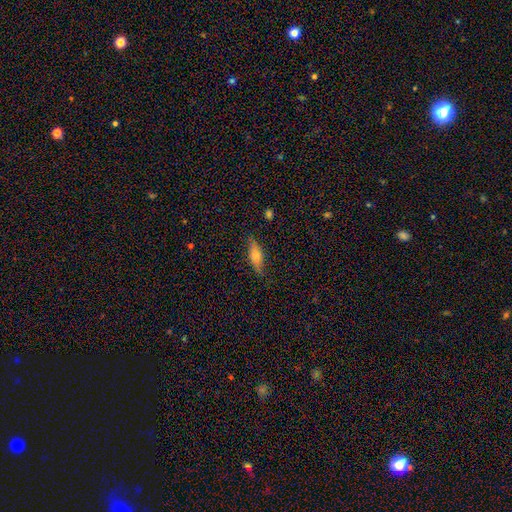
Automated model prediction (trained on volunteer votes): Smooth or featured? smooth (65%)
How rounded? in between (60%)
Merging? none (77%)